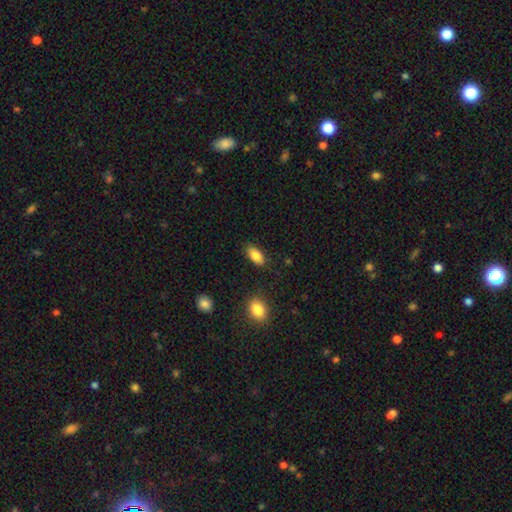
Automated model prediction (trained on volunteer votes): A smooth galaxy with no disk features (85%) that is in between round and cigar-shaped (91%). Merging: none (84%).